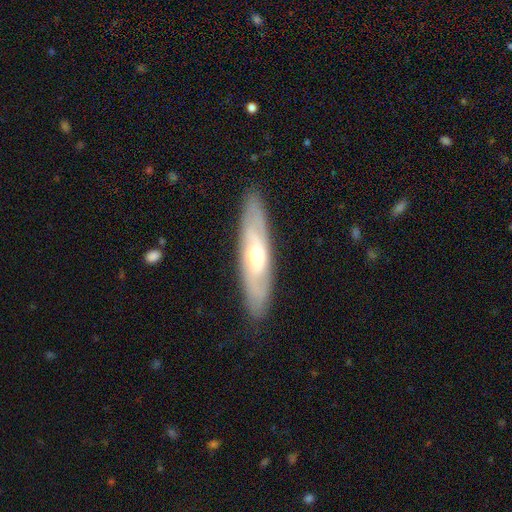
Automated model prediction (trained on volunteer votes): The model was most divided on "edge-on disk": no: 58%, yes: 42%. More confident: merging — none (87%); smooth or featured — featured or disk (56%).